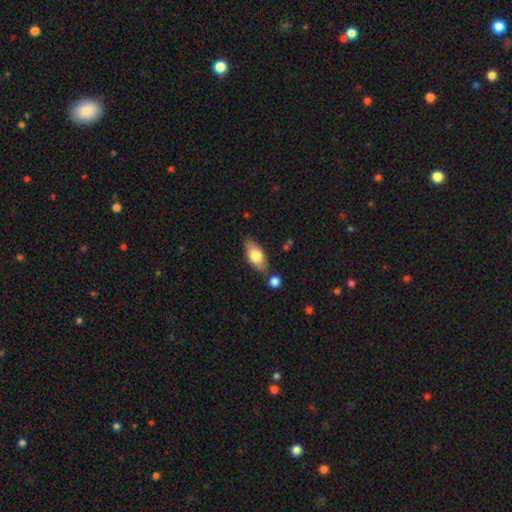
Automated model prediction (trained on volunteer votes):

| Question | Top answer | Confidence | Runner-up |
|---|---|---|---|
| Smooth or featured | smooth | 71% | featured or disk (23%) |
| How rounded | in between | 86% | cigar-shaped (10%) |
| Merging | none | 76% | minor disturbance (13%) |